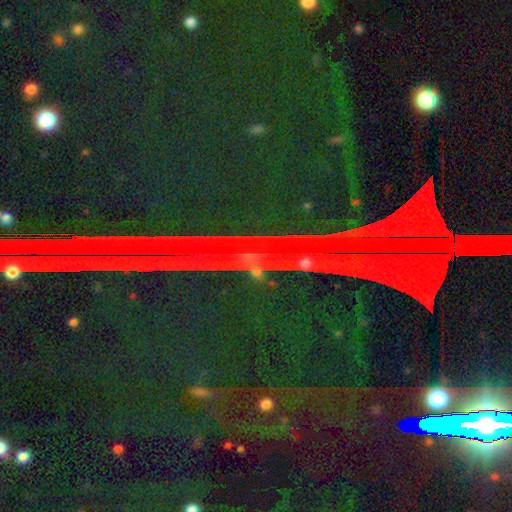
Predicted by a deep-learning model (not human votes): star or artifact 86%, featured or disk 8%, smooth 6%.